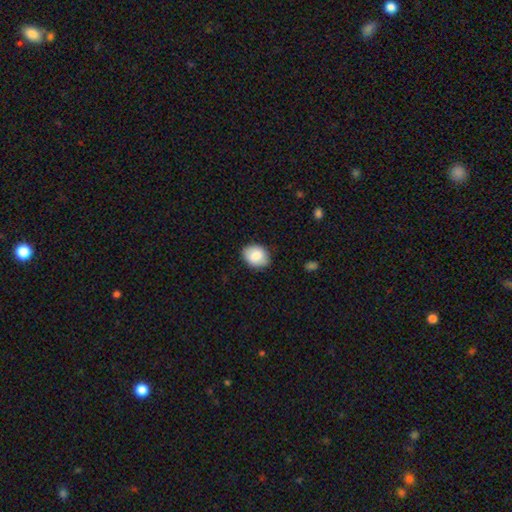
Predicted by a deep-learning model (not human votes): smooth-or-featured: smooth: 85% | featured or disk: 8% | star or artifact: 7%
  how-rounded: in between: 62% | round: 37% | cigar-shaped: 1%
  merging: none: 83% | minor disturbance: 13% | major disturbance: 3% | merger: 1%